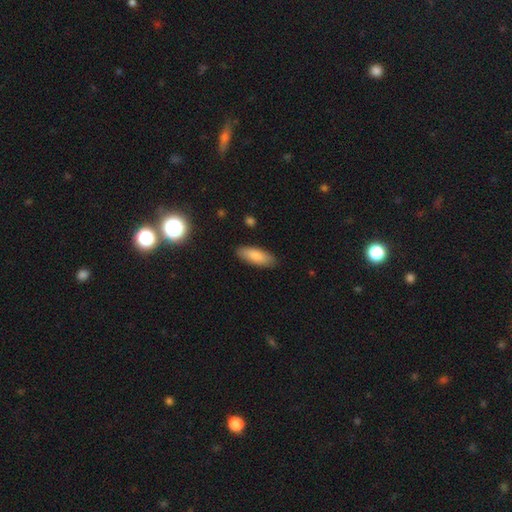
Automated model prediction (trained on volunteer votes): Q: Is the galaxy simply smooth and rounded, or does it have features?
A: smooth — 84%.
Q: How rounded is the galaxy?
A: in between — 72%.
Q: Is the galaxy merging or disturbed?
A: none — 88%.